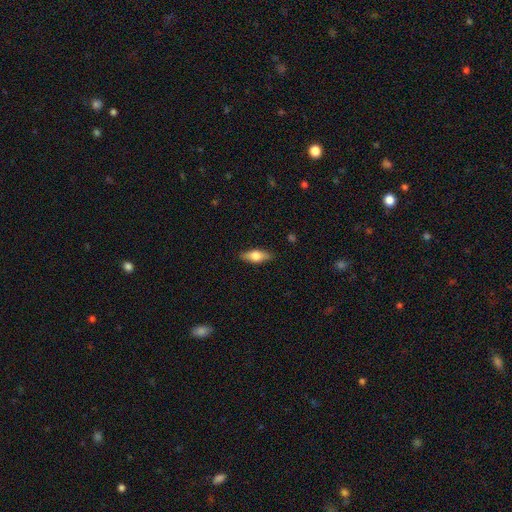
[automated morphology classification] Q: Smooth or featured?
A: smooth (61%); runner-up: featured or disk (32%)
Q: How rounded?
A: in between (69%); runner-up: cigar-shaped (27%)
Q: Merging?
A: none (87%); runner-up: minor disturbance (10%)